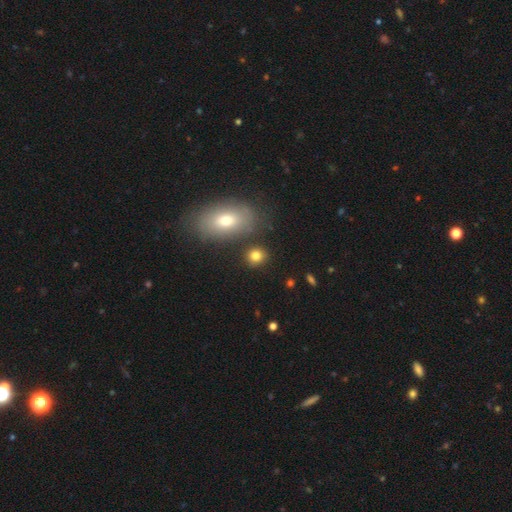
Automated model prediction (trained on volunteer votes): Smooth or featured? smooth (82%)
How rounded? round (71%)
Merging? none (82%)